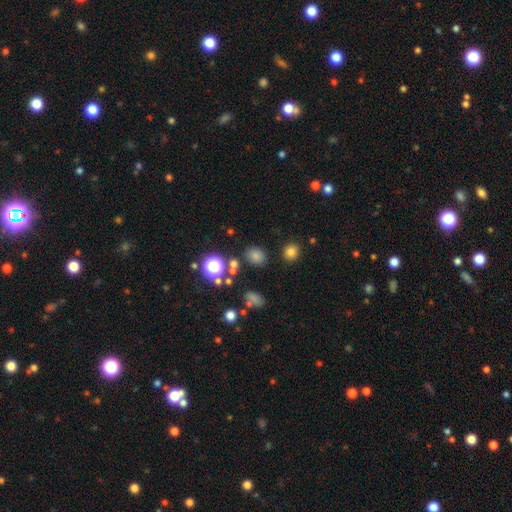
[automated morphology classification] Smooth or featured: smooth — 67% (star or artifact — 26%)
How rounded: round — 58% (in between — 40%)
Merging: none — 80% (minor disturbance — 10%)